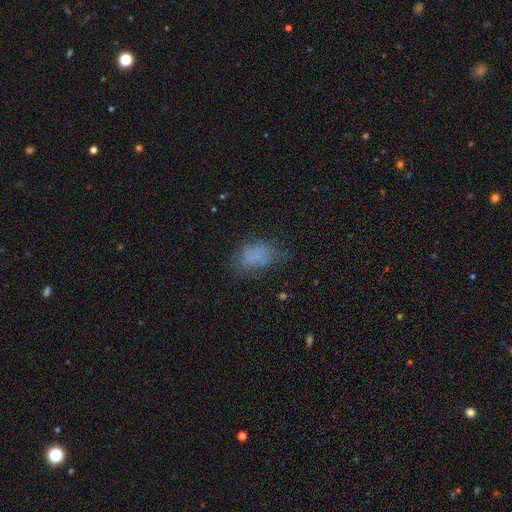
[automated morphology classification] Smooth or featured? smooth (70%)
How rounded? in between (85%)
Merging? none (55%)